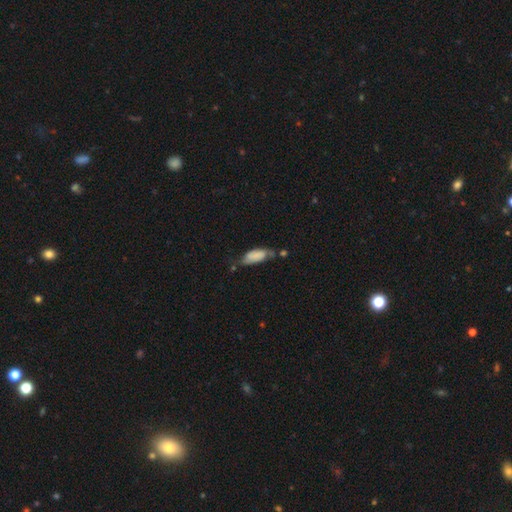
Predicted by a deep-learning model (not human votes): A smooth galaxy with no disk features (74%) that is in between round and cigar-shaped (79%). Merging: none (39%).